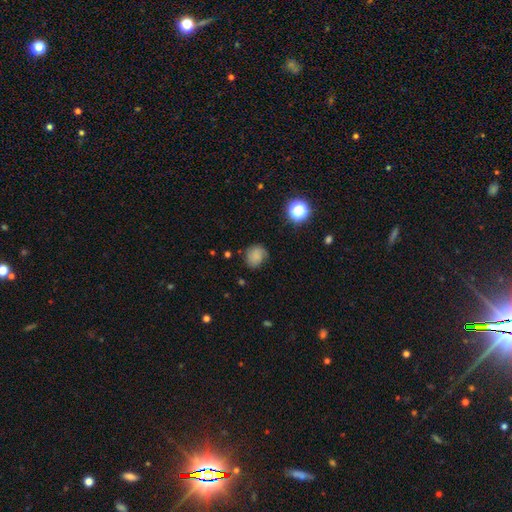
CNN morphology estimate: Q: Smooth or featured?
A: smooth (64%); runner-up: featured or disk (23%)
Q: How rounded?
A: round (70%); runner-up: in between (29%)
Q: Merging?
A: none (67%); runner-up: minor disturbance (23%)